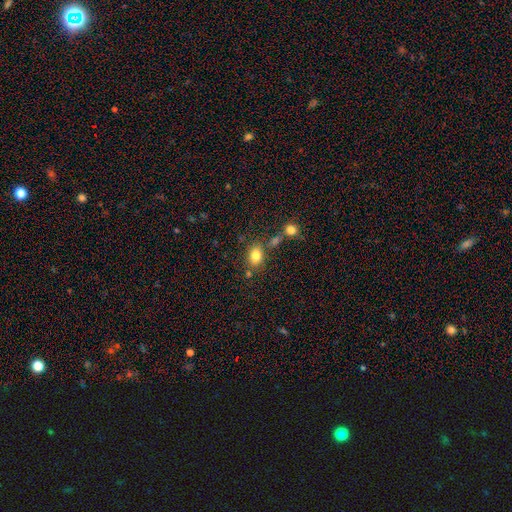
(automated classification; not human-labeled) Overall: smooth (82%). How rounded: in between (71%). Merging: none (70%).